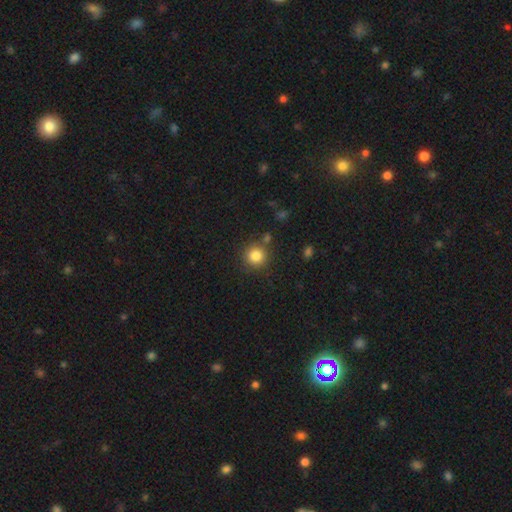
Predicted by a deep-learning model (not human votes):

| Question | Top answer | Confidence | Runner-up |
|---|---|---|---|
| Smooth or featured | smooth | 83% | star or artifact (11%) |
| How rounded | round | 93% | in between (6%) |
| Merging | none | 82% | minor disturbance (8%) |